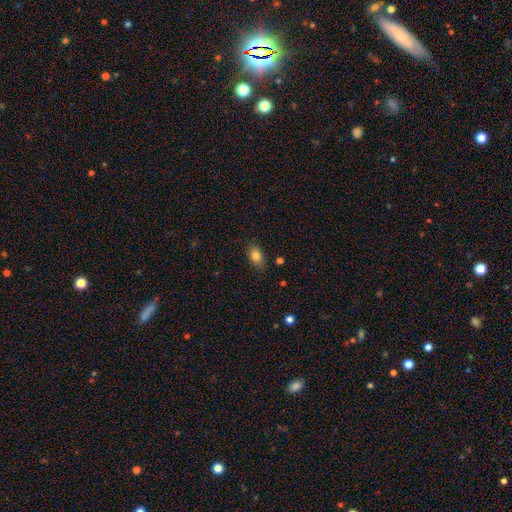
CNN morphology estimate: smooth-or-featured: smooth: 83% | star or artifact: 10% | featured or disk: 7%
  how-rounded: in between: 83% | round: 14% | cigar-shaped: 2%
  merging: none: 83% | minor disturbance: 13% | major disturbance: 3% | merger: 1%